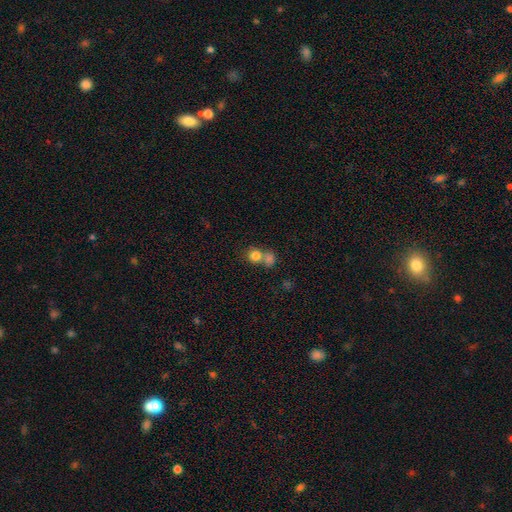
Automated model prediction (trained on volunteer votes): A smooth galaxy with no disk features (80%) that is round (85%).

Vote fractions:
- Smooth or featured? smooth: 80% / star or artifact: 12% / featured or disk: 8%
- How rounded? round: 85% / in between: 14% / cigar-shaped: 1%
- Merging? merger: 49% / none: 41% / minor disturbance: 6% / major disturbance: 3%